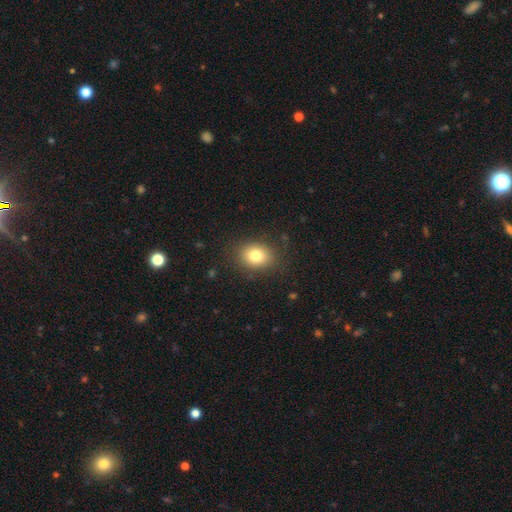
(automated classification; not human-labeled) smooth 80%, star or artifact 11%, featured or disk 9%. Down the decision tree: how rounded — round (51%); merging — none (86%).